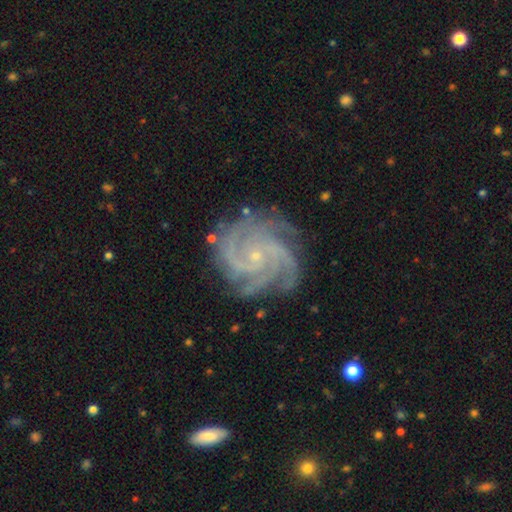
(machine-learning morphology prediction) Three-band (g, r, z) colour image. It shows a featured or disk galaxy (91%) with no bar (74%), 4 (38%) tight (64%) spiral arms (99%) and a small central bulge (86%). Merging: none (78%).